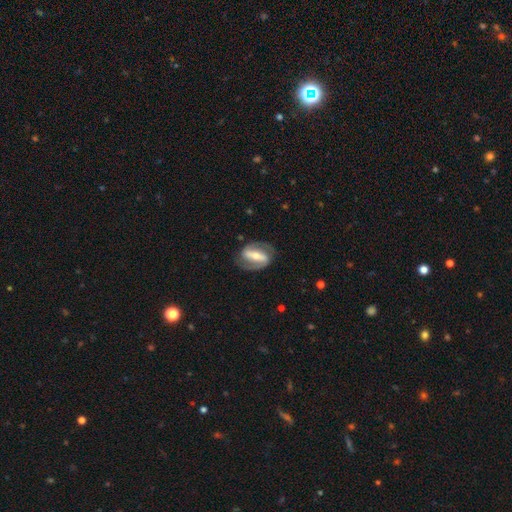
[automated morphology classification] featured or disk 85%, smooth 11%, star or artifact 4%. Down the decision tree: edge-on disk — no (95%); bar — strong (74%); spiral arms — yes (89%); spiral arm count — 2 (91%); spiral winding — medium (46%); bulge size — moderate (52%); merging — none (82%).